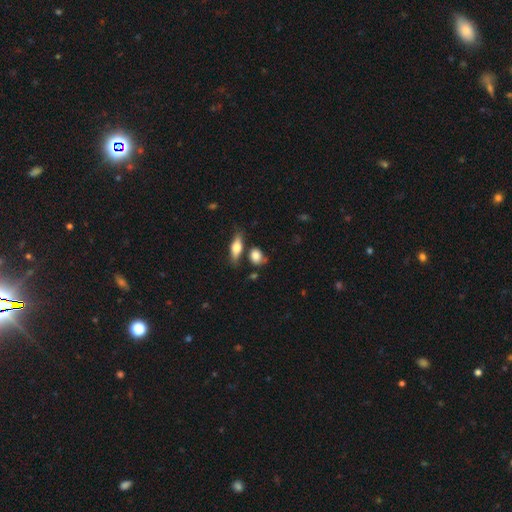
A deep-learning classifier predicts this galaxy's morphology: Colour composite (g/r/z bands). It shows a smooth galaxy with no disk features (77%) that is round (50%). Merging: none (62%).